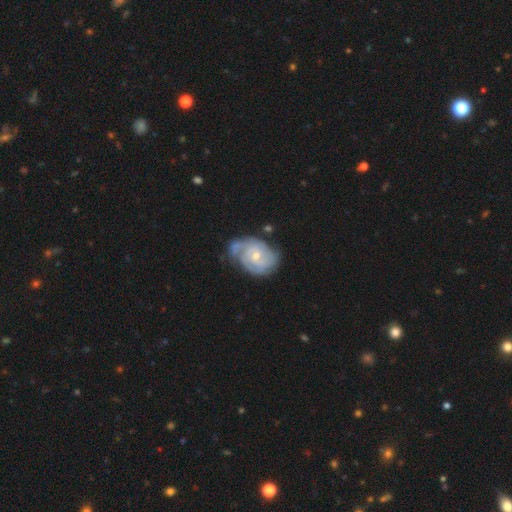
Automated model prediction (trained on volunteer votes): Morphology: type=featured or disk (82%); edge-on=no (97%); bar=no (59%); spiral arms=yes (93%); winding=tight (64%); arm count=can't tell (34%); bulge=small (58%); merging=none (51%).